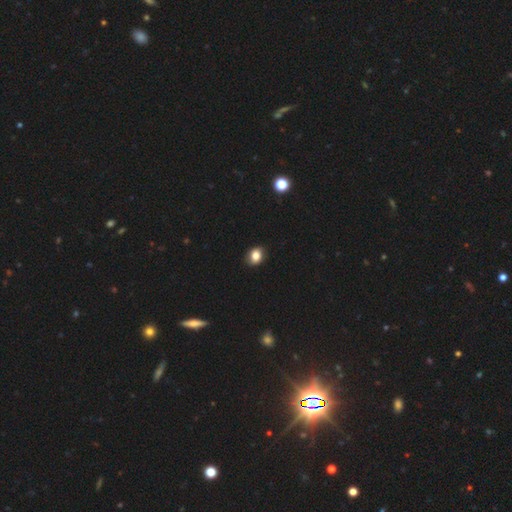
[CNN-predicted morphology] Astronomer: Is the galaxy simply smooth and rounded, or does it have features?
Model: smooth — 81%.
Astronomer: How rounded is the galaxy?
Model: in between — 54% (runner-up: round, 45%).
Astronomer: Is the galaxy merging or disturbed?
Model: none — 86%.